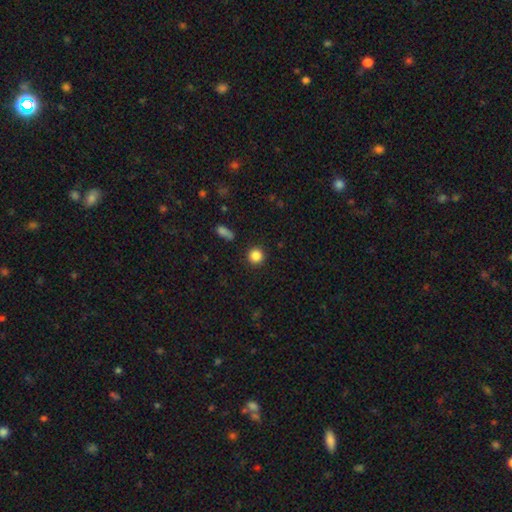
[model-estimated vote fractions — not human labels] A smooth galaxy with no disk features (85%) that is round (94%).

Vote fractions:
- Smooth or featured? smooth: 85% / star or artifact: 11% / featured or disk: 4%
- How rounded? round: 94% / in between: 5% / cigar-shaped: 1%
- Merging? none: 90% / minor disturbance: 6% / major disturbance: 2% / merger: 2%